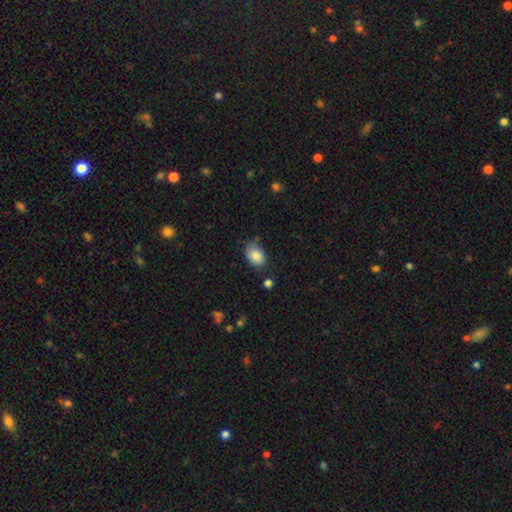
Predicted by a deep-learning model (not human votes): This is clearly a smooth galaxy (84%). How rounded: likely in between (76%). Merging: likely none (68%).